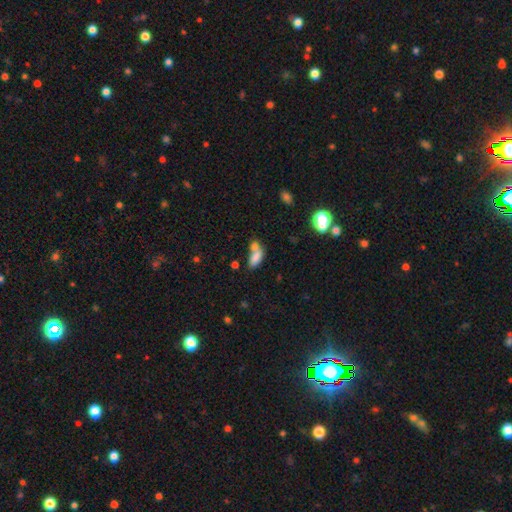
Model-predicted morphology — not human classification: A smooth galaxy with no disk features (77%) that is in between round and cigar-shaped (84%).

Vote fractions:
- Smooth or featured? smooth: 77% / featured or disk: 12% / star or artifact: 11%
- How rounded? in between: 84% / cigar-shaped: 10% / round: 5%
- Merging? merger: 55% / none: 27% / minor disturbance: 11% / major disturbance: 7%